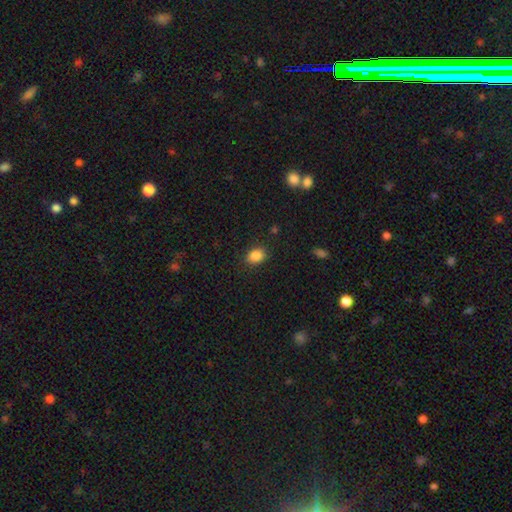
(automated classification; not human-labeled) Overall: smooth (86%). How rounded: in between (66%; round 32%). Merging: none (87%).